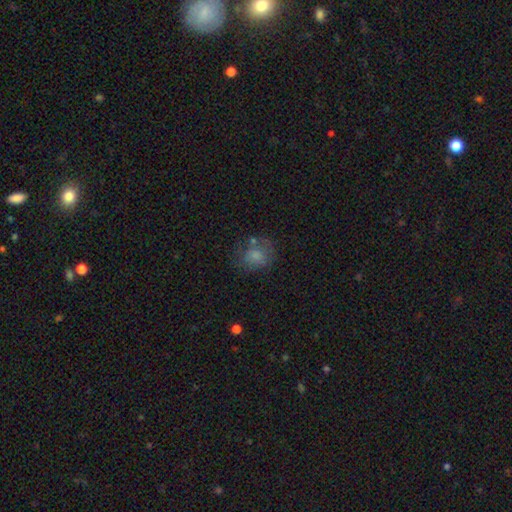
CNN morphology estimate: This appears to be a smooth galaxy with no disk features (70%) that is round (61%). Merging: none (54%).